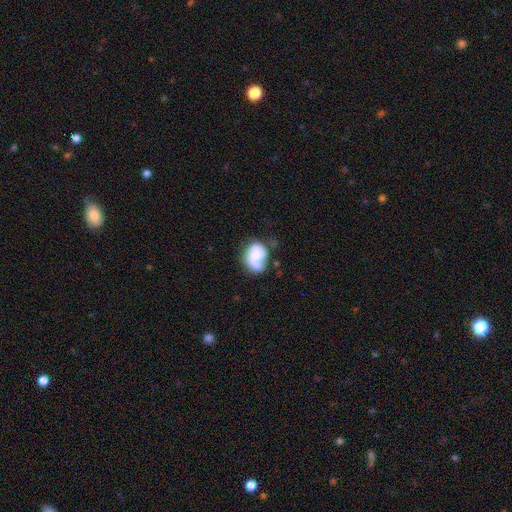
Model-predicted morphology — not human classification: Smooth or featured? Predicted: featured or disk (p=0.60). Edge-on disk? Predicted: no (p=0.98). Bar? Predicted: no (p=0.71). Spiral arms? Predicted: yes (p=0.83). Bulge size? Predicted: moderate (p=0.41). Merging? Predicted: none (p=0.45).